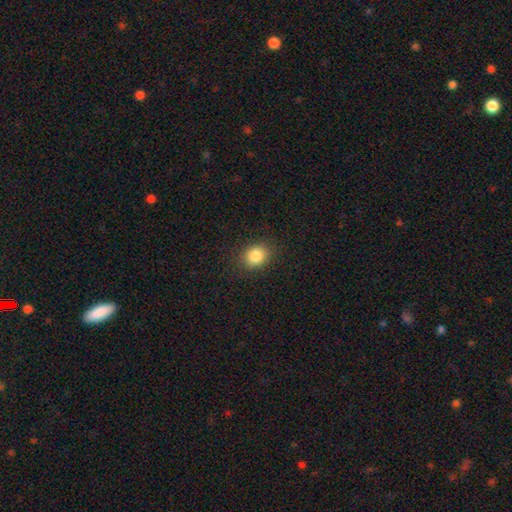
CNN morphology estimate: smooth-or-featured: smooth: 85% | star or artifact: 10% | featured or disk: 5%
  how-rounded: round: 52% | in between: 47% | cigar-shaped: 1%
  merging: none: 86% | minor disturbance: 10% | major disturbance: 3% | merger: 1%